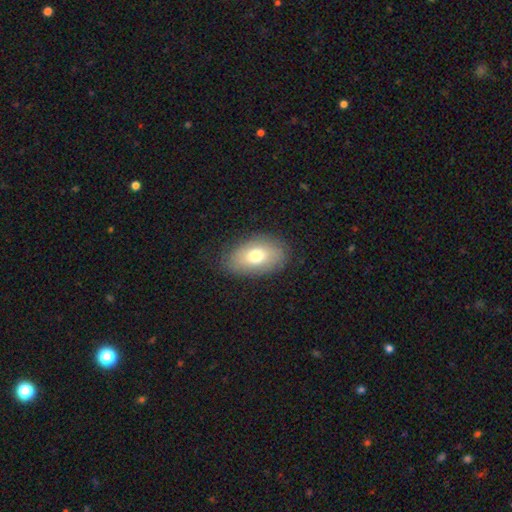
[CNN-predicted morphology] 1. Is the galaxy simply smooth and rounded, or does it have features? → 71% smooth, 21% featured or disk, 8% star or artifact.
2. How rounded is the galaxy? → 90% in between, 9% round, 2% cigar-shaped.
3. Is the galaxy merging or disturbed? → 81% none, 13% minor disturbance, 4% major disturbance, 1% merger.